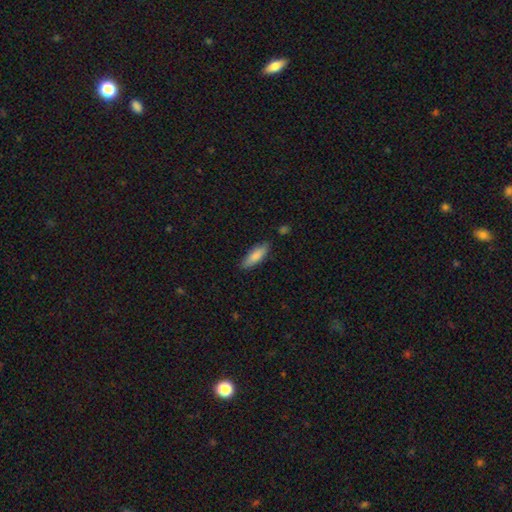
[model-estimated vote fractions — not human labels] Smooth or featured? Predicted: smooth (p=0.84). How rounded? Predicted: in between (p=0.49, tied with cigar-shaped). Merging? Predicted: none (p=0.83).